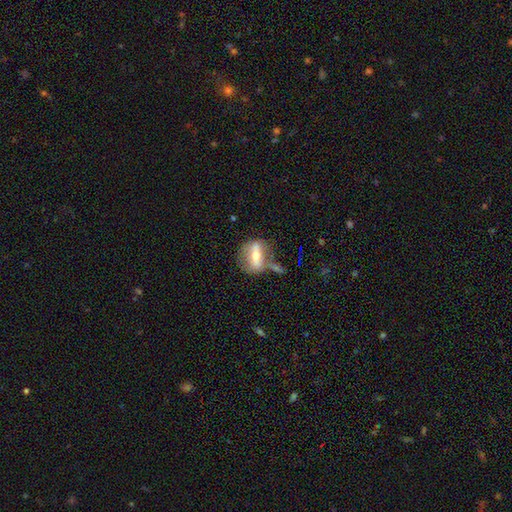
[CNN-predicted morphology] Smooth or featured?
  - featured or disk: 54% *
  - smooth: 37%
  - star or artifact: 9%
Edge-on disk?
  - no: 70% *
  - yes: 30%
Merging?
  - none: 47% *
  - minor disturbance: 19%
  - merger: 19%
  - major disturbance: 16%